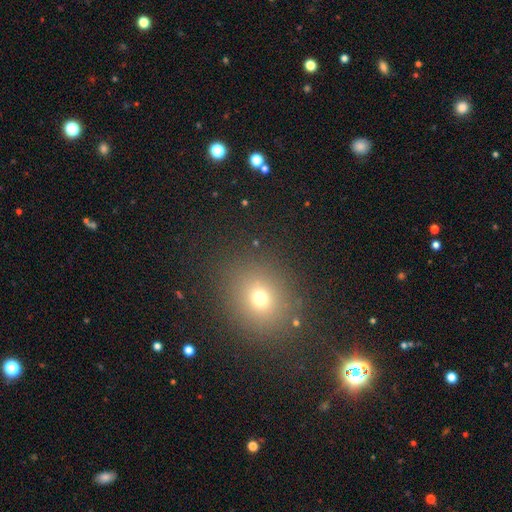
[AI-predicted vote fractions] This appears to be a smooth galaxy with no disk features (58%) that is round (71%). Merging: none (89%).